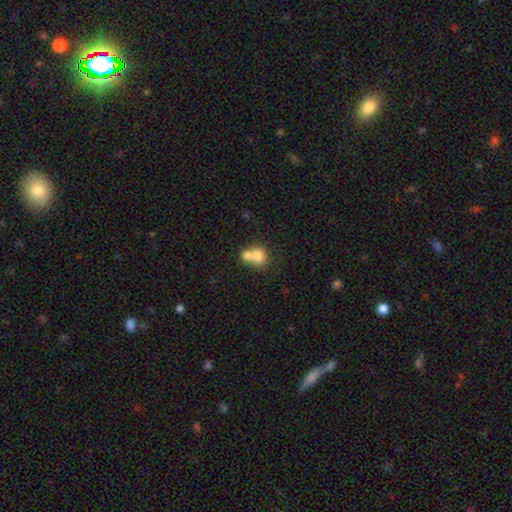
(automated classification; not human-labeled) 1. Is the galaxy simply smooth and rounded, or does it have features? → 75% smooth, 15% featured or disk, 10% star or artifact.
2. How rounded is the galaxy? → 76% round, 23% in between, 1% cigar-shaped.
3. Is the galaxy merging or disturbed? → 65% merger, 27% none, 6% minor disturbance, 3% major disturbance.